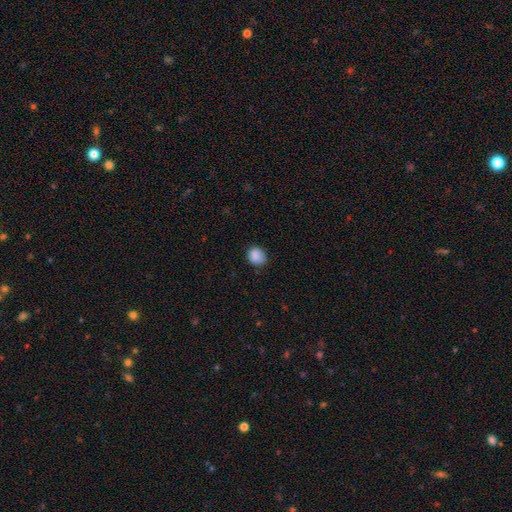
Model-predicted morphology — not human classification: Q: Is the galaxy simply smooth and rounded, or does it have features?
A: smooth — 87%.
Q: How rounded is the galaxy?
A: round — 62%.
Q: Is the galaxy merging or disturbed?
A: none — 76%.